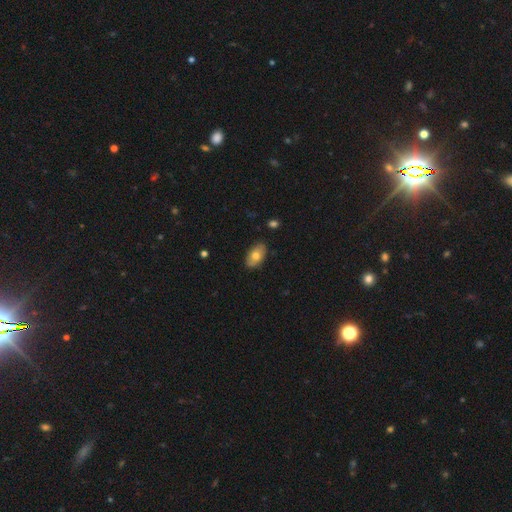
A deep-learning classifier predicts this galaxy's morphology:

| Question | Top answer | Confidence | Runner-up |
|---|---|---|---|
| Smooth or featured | smooth | 71% | featured or disk (22%) |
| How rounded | in between | 93% | round (5%) |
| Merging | none | 85% | minor disturbance (12%) |